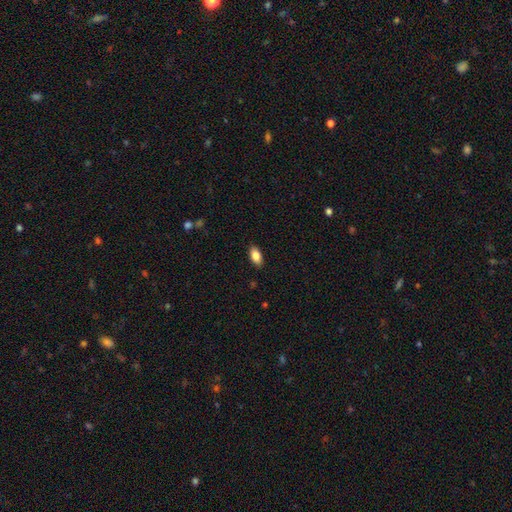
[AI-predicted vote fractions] A smooth galaxy with no disk features (84%) that is in between round and cigar-shaped (90%). Merging: none (88%).